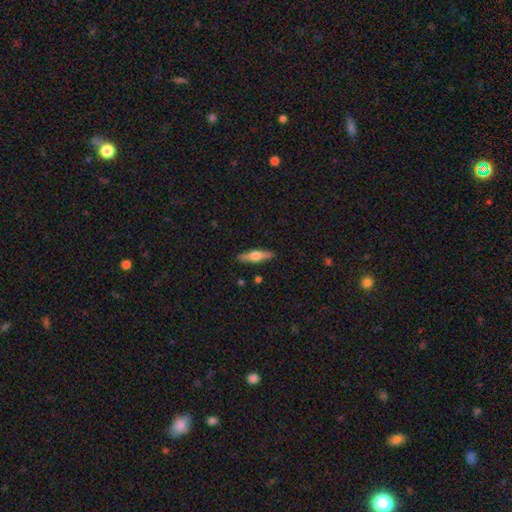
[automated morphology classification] A smooth galaxy with no disk features (50%). Merging: none (89%).